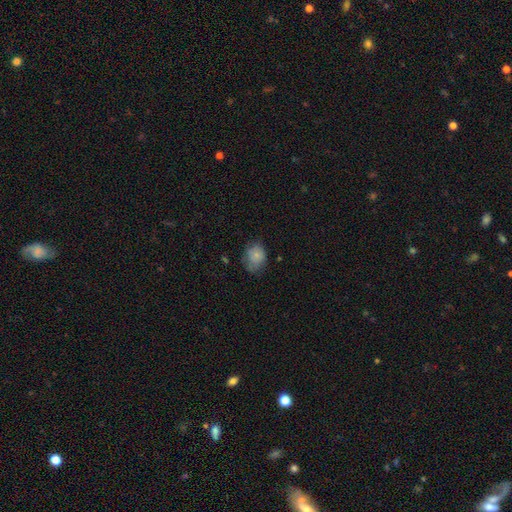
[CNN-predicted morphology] This is likely a smooth galaxy (79%). How rounded: possibly in between (56%). Merging: possibly none (55%).